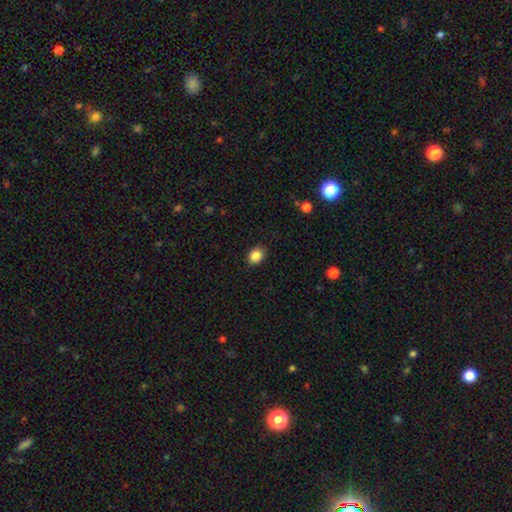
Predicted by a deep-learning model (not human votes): Smooth or featured? smooth (87%)
How rounded? in between (53%)
Merging? none (88%)